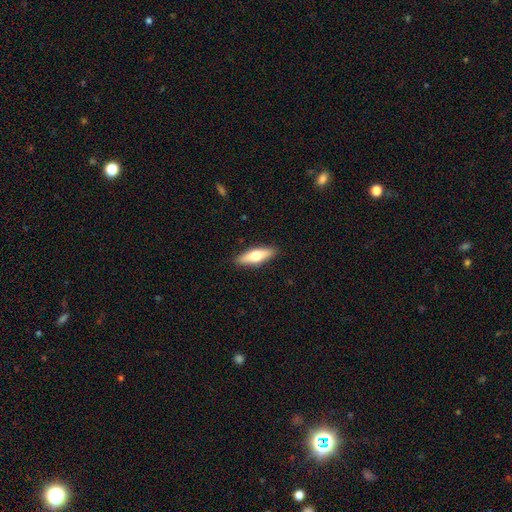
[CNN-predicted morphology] The model was most divided on "how rounded": cigar-shaped: 52%, in between: 45%, round: 2%. More confident: merging — none (89%); smooth or featured — smooth (58%).